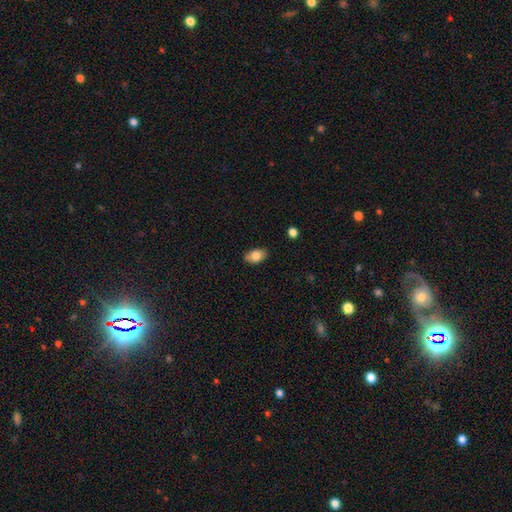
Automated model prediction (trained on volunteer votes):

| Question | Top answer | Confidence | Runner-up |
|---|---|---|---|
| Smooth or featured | smooth | 83% | featured or disk (10%) |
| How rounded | in between | 91% | round (8%) |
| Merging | none | 84% | minor disturbance (12%) |